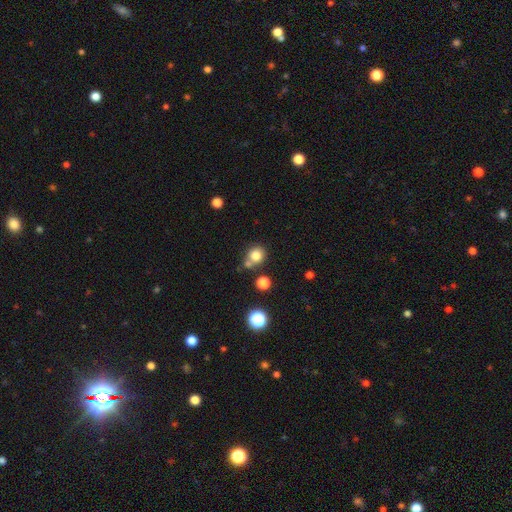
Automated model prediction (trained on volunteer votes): A smooth galaxy with no disk features (79%) that is round (85%).

Vote fractions:
- Smooth or featured? smooth: 79% / star or artifact: 13% / featured or disk: 8%
- How rounded? round: 85% / in between: 14% / cigar-shaped: 1%
- Merging? none: 62% / merger: 22% / minor disturbance: 12% / major disturbance: 4%